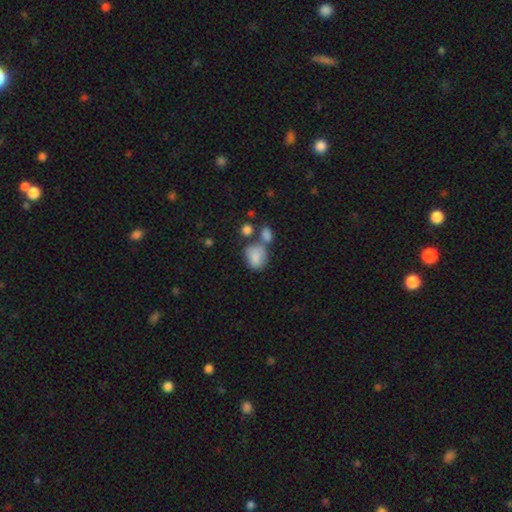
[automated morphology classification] Smooth or featured?
  - smooth: 81% *
  - featured or disk: 10%
  - star or artifact: 8%
How rounded?
  - in between: 58% *
  - round: 41%
  - cigar-shaped: 1%
Merging?
  - merger: 37% *
  - none: 36%
  - minor disturbance: 18%
  - major disturbance: 9%